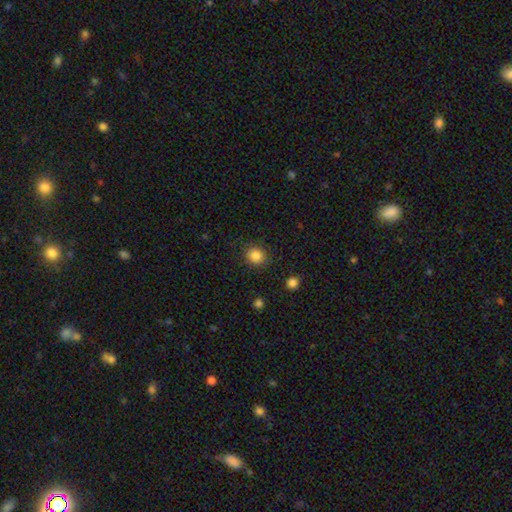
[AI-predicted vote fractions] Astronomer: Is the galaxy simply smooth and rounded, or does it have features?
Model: smooth — 86%.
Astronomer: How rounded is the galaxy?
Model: round — 84%.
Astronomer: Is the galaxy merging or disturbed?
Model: none — 88%.